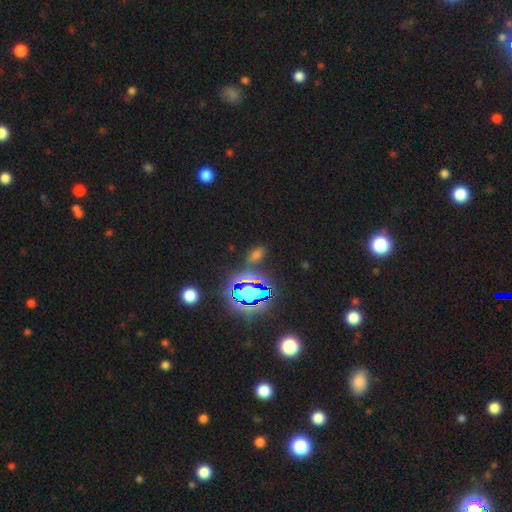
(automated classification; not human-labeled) smooth_or_featured: star or artifact (p=0.46) [alt: smooth p=0.43]